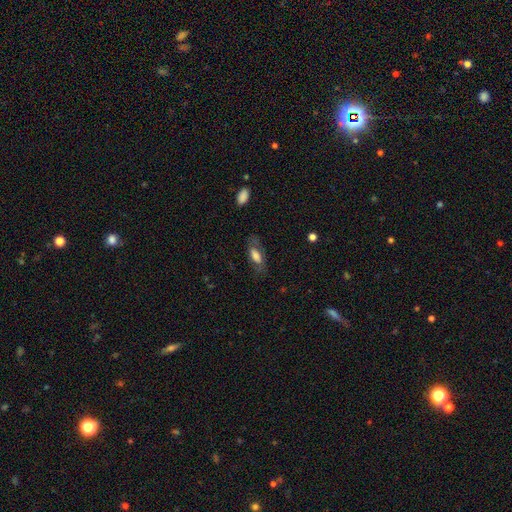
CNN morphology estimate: The model was most divided on "smooth or featured": smooth: 60%, featured or disk: 32%, star or artifact: 8%. More confident: how rounded — in between (78%); merging — none (67%).